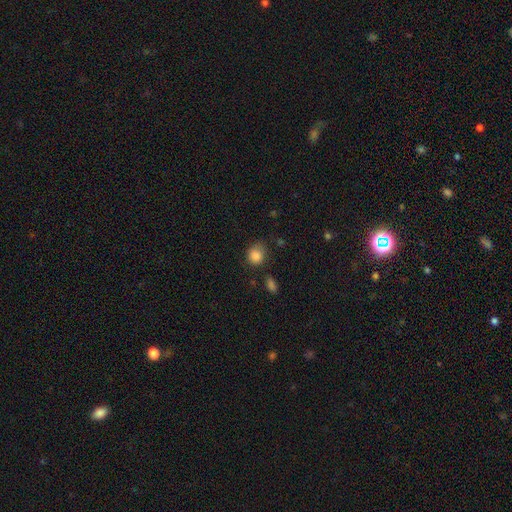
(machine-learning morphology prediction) smooth-or-featured: smooth: 86% | star or artifact: 10% | featured or disk: 4%
  how-rounded: round: 73% | in between: 26% | cigar-shaped: 1%
  merging: none: 66% | minor disturbance: 25% | major disturbance: 7% | merger: 3%